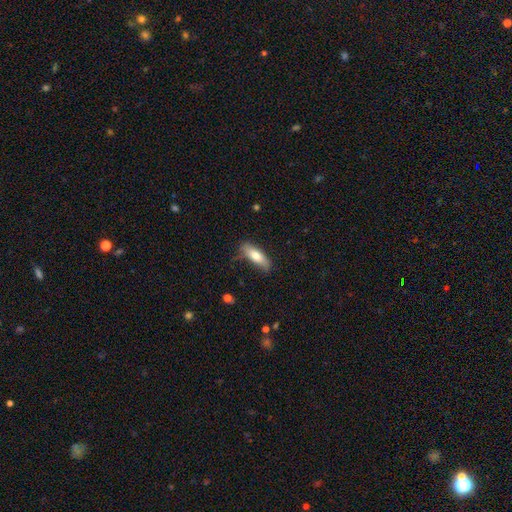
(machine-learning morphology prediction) Smooth or featured? Predicted: smooth (p=0.74). How rounded? Predicted: in between (p=0.57). Merging? Predicted: none (p=0.72).